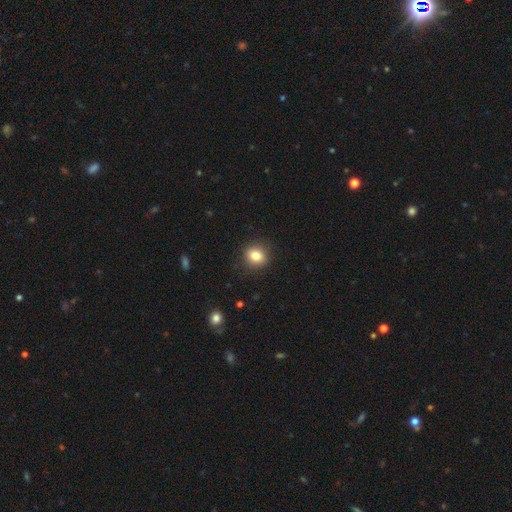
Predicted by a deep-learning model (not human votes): Q: Smooth or featured?
A: smooth (83%); runner-up: star or artifact (10%)
Q: How rounded?
A: round (69%); runner-up: in between (30%)
Q: Merging?
A: none (89%); runner-up: minor disturbance (8%)